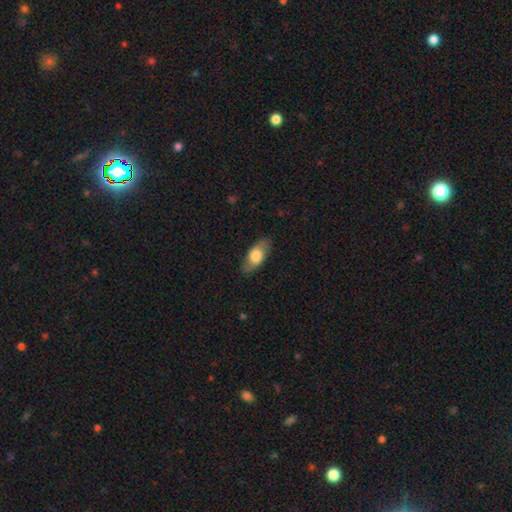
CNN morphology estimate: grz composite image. It shows a smooth galaxy with no disk features (64%) that is in between round and cigar-shaped (86%). Merging: none (83%).